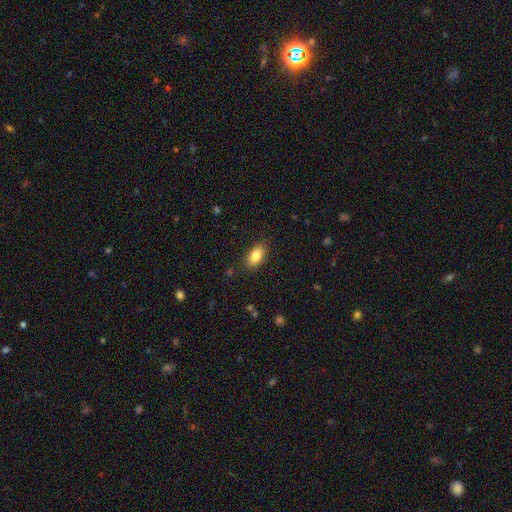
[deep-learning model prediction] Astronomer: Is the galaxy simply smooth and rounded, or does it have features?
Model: smooth — 85%.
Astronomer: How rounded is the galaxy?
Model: in between — 91%.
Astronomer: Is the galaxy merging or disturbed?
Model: none — 86%.